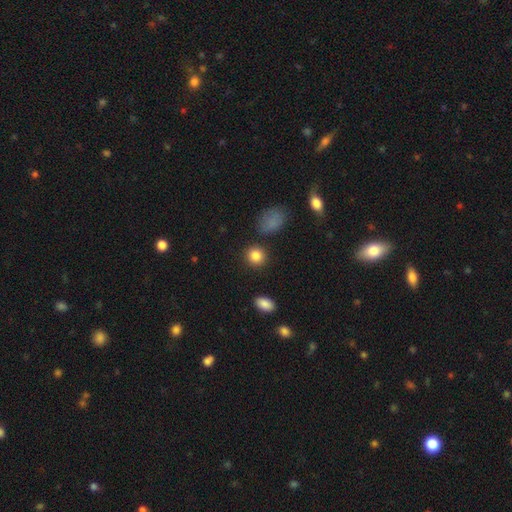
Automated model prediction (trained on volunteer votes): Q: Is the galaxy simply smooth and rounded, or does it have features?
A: smooth — 87%.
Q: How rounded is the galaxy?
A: round — 84%.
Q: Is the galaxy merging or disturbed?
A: none — 86%.